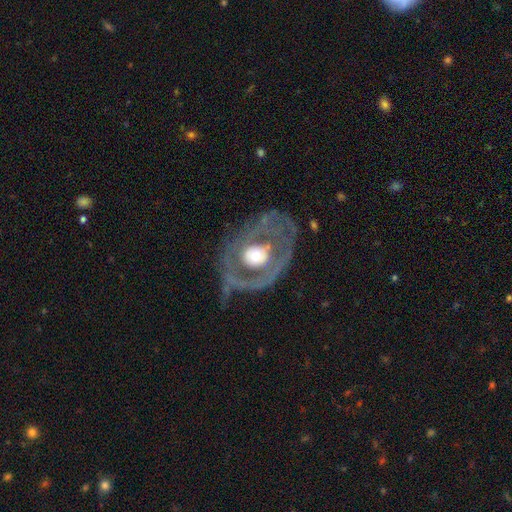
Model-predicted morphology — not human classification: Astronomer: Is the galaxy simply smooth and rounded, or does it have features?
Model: featured or disk — 73%.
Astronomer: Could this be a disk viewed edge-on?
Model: no — 95%.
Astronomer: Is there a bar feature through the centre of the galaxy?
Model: no — 77%.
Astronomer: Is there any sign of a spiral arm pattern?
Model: no — 58% (runner-up: yes, 42%).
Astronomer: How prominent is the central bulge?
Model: moderate — 60%.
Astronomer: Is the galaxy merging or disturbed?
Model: none — 53%.